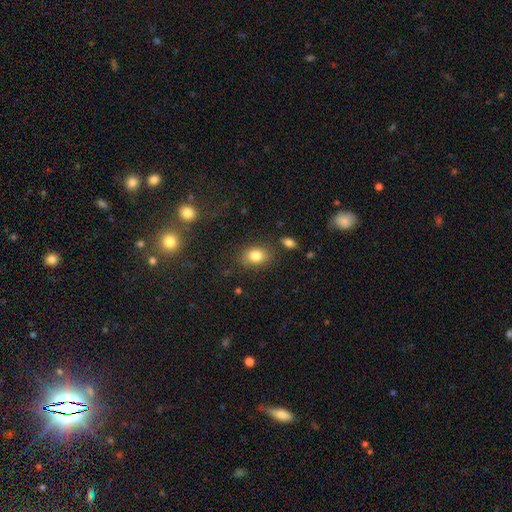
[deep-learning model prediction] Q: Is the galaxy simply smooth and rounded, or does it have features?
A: smooth — 82%.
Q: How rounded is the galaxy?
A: in between — 67%.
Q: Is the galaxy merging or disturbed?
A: none — 80%.